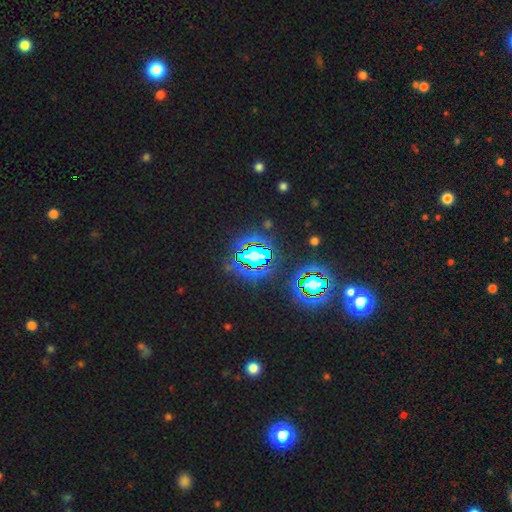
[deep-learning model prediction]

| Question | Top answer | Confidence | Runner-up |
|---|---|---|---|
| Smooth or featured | star or artifact | 82% | smooth (10%) |